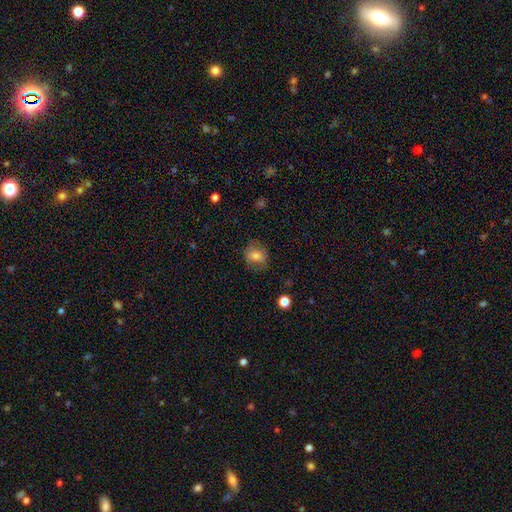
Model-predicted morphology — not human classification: This is likely a smooth galaxy (72%). How rounded: possibly round (58%). Merging: likely none (73%).